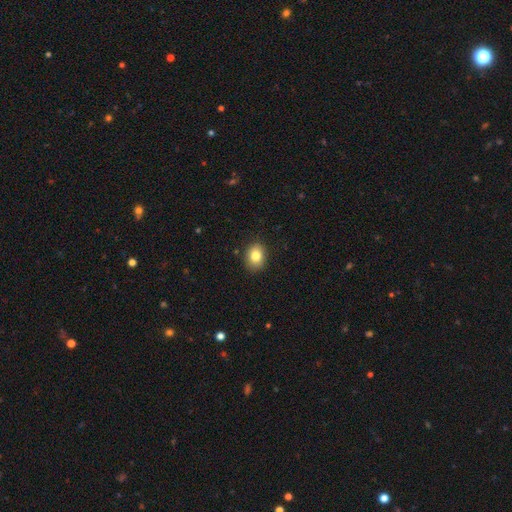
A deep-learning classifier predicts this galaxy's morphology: smooth_or_featured: smooth (p=0.83) [alt: star or artifact p=0.09]
how_rounded: in between (p=0.52) [alt: round p=0.47]
merging: none (p=0.88) [alt: minor disturbance p=0.09]